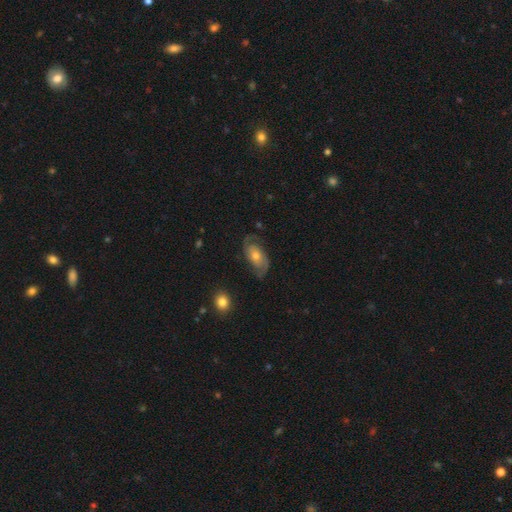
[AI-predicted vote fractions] Overall: featured or disk (79%). Edge-on disk: no (95%). Bar: no (71%). Spiral arms: yes (93%). Spiral arm count: 2 (87%). Spiral winding: medium (45%; tight 31%). Bulge size: moderate (60%; small 30%). Merging: none (73%).